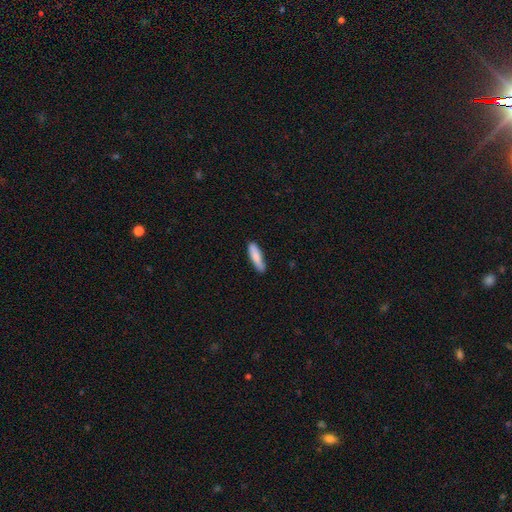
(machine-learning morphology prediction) This is clearly a smooth galaxy (84%). How rounded: likely cigar-shaped (71%). Merging: likely none (80%).